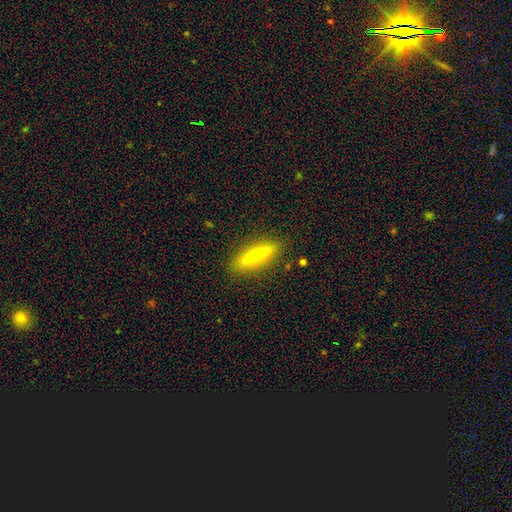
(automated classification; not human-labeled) A smooth galaxy with no disk features (53%) that is cigar-shaped (77%). Merging: none (89%).